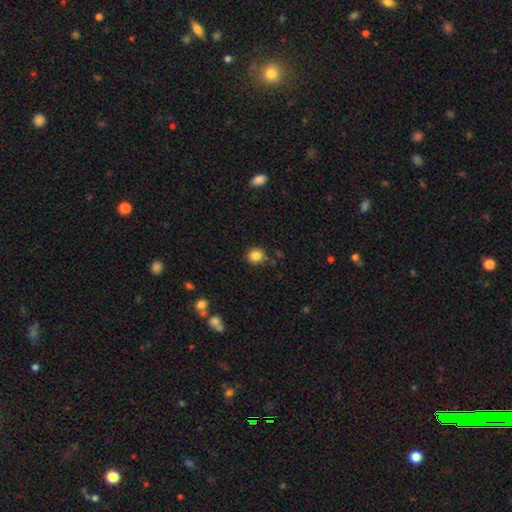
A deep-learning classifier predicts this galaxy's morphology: This is clearly a smooth galaxy (85%). How rounded: clearly round (89%). Merging: clearly none (87%).